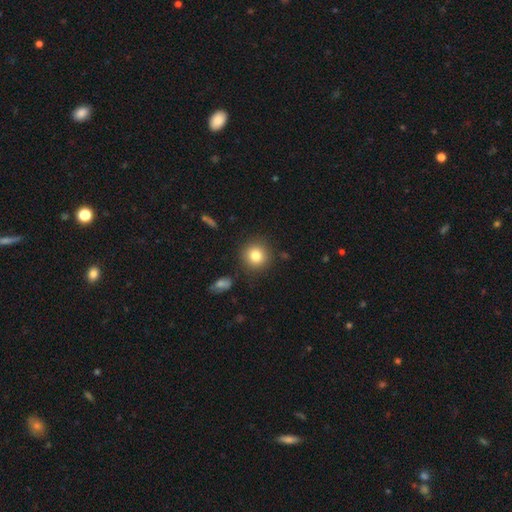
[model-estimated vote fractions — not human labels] This is clearly a smooth galaxy (81%). How rounded: clearly round (92%). Merging: clearly none (87%).